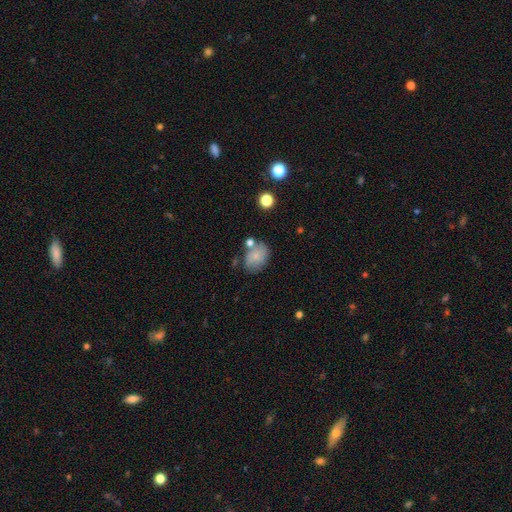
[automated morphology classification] A smooth galaxy with no disk features (77%) that is in between round and cigar-shaped (63%). Merging: none (59%).